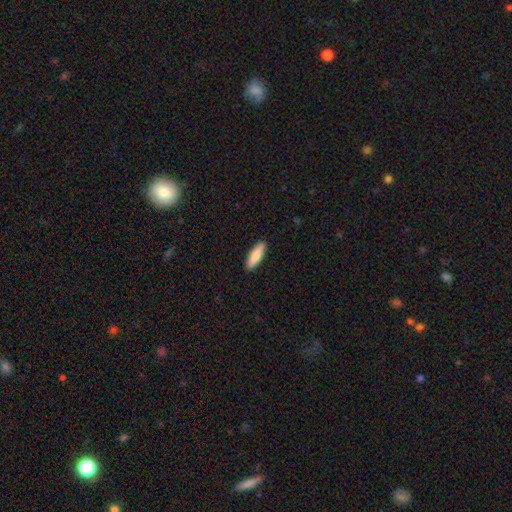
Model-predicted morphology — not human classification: Smooth or featured? Predicted: smooth (p=0.81). How rounded? Predicted: cigar-shaped (p=0.56). Merging? Predicted: none (p=0.91).